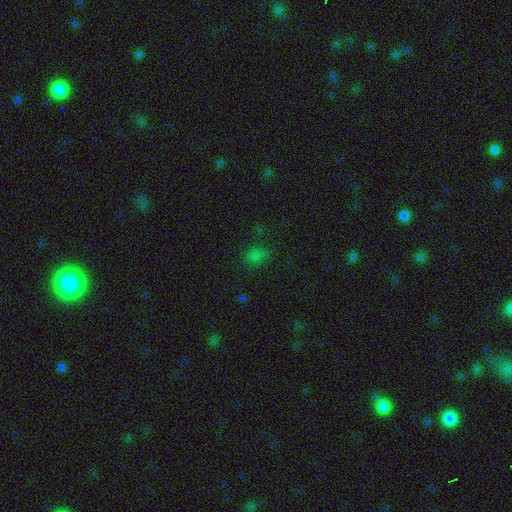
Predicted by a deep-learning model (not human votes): smooth-or-featured: smooth: 66% | star or artifact: 28% | featured or disk: 6%
  how-rounded: round: 65% | in between: 33% | cigar-shaped: 2%
  merging: none: 71% | minor disturbance: 18% | major disturbance: 7% | merger: 4%